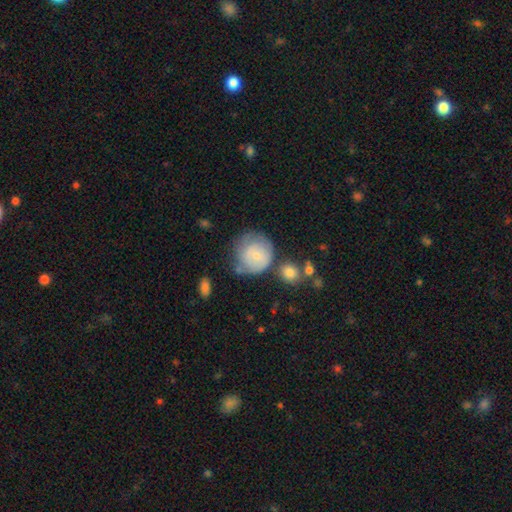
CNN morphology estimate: Overall: smooth (56%; featured or disk 37%). How rounded: round (84%). Merging: none (49%; minor disturbance 26%).